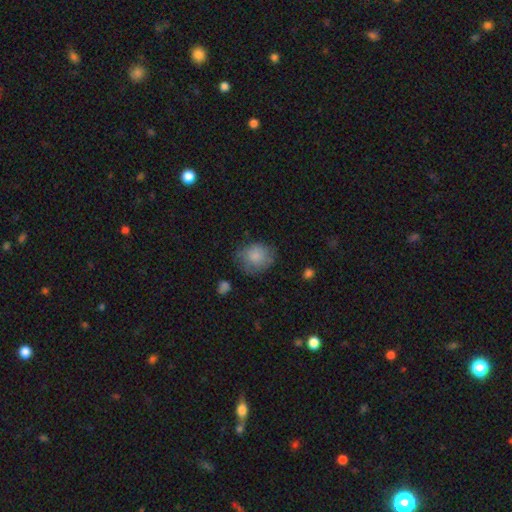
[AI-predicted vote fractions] This is clearly a smooth galaxy (83%). How rounded: likely round (67%). Merging: likely none (66%).